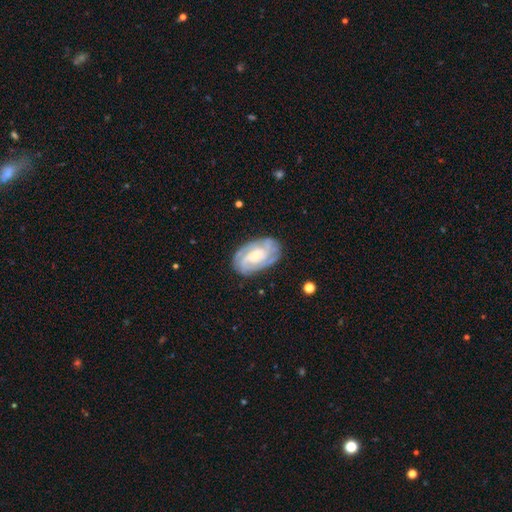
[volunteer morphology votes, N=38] Smooth or featured? 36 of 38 (95%) said featured or disk. Edge-on disk? 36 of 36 (100%) said no. Bar? 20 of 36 (56%) said no. Spiral arms? 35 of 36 (97%) said yes. Spiral winding? 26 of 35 (74%) said tight. Spiral arm count? 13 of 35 (37%) said 2. Bulge size? 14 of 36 (39%, tied with small) said large. Merging? 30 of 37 (81%) said none.